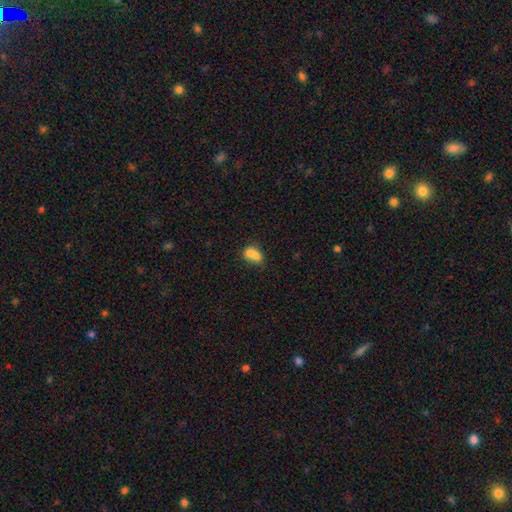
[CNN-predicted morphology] Q: Smooth or featured?
A: smooth (72%); runner-up: featured or disk (18%)
Q: How rounded?
A: in between (59%); runner-up: round (40%)
Q: Merging?
A: merger (64%); runner-up: none (23%)